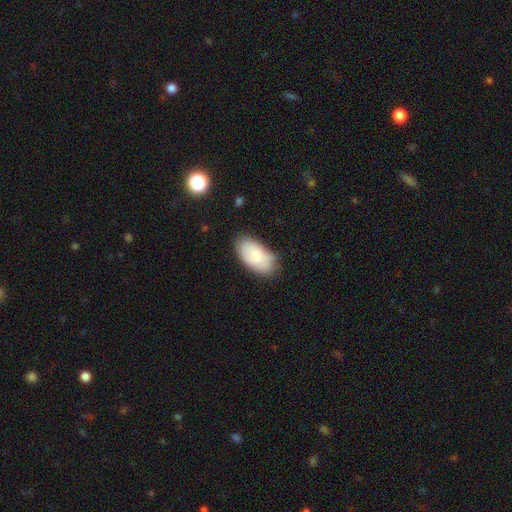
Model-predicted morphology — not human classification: Q: Smooth or featured?
A: smooth (77%); runner-up: featured or disk (17%)
Q: How rounded?
A: in between (95%); runner-up: round (3%)
Q: Merging?
A: none (71%); runner-up: minor disturbance (23%)